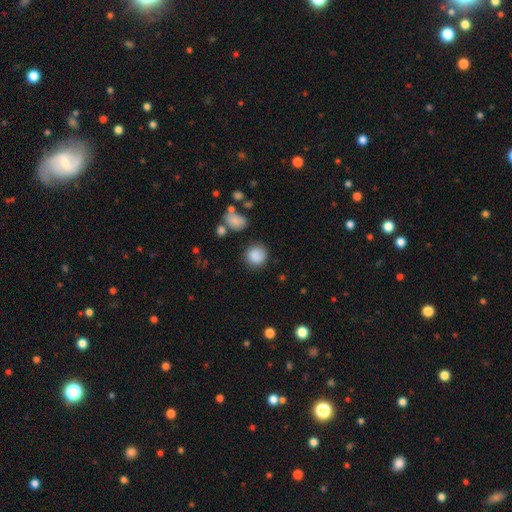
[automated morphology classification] Smooth or featured: smooth — 86% (star or artifact — 9%)
How rounded: round — 89% (in between — 10%)
Merging: none — 82% (minor disturbance — 11%)